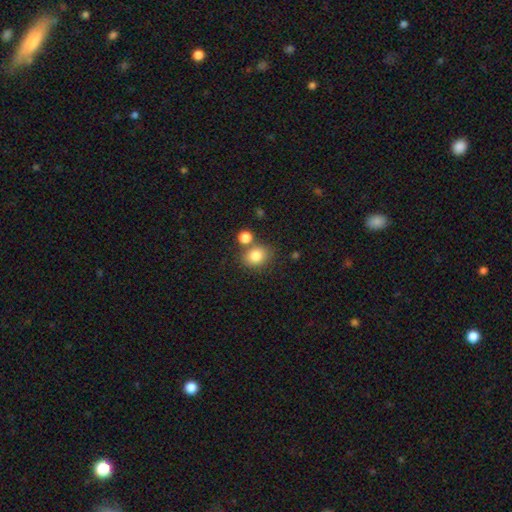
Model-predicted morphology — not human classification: Overall: smooth (82%). How rounded: round (59%; in between 40%). Merging: none (67%).